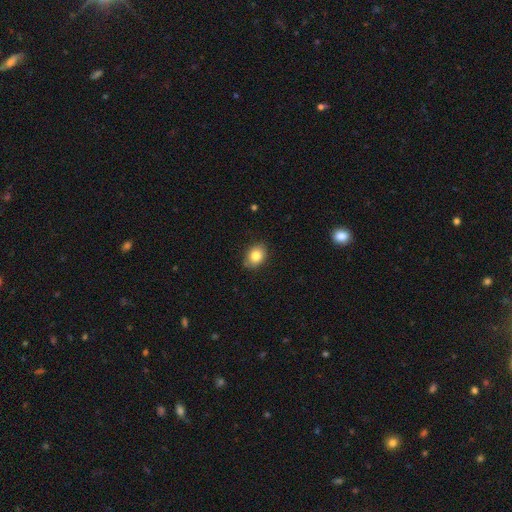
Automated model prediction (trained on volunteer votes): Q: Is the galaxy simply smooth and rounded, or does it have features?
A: smooth — 82%.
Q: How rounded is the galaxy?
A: in between — 66%.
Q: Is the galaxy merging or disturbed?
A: none — 86%.